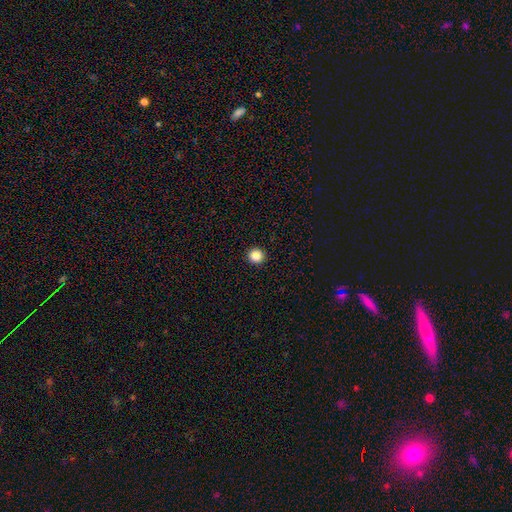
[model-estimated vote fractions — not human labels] The model was most divided on "smooth or featured": smooth: 85%, star or artifact: 11%, featured or disk: 4%. More confident: how rounded — round (95%); merging — none (94%).